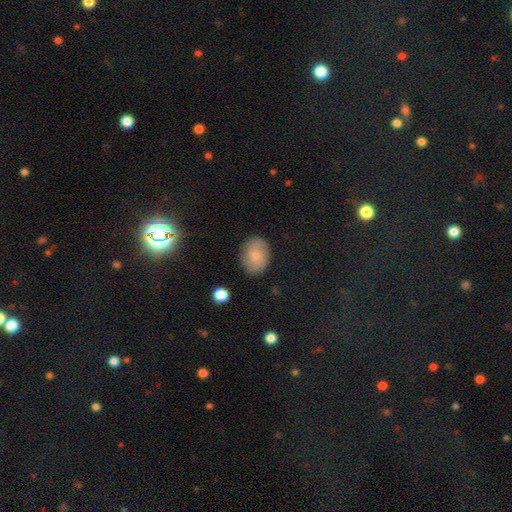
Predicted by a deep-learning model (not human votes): smooth_or_featured: smooth (p=0.71) [alt: featured or disk p=0.21]
how_rounded: in between (p=0.63) [alt: round p=0.36]
merging: none (p=0.82) [alt: minor disturbance p=0.14]